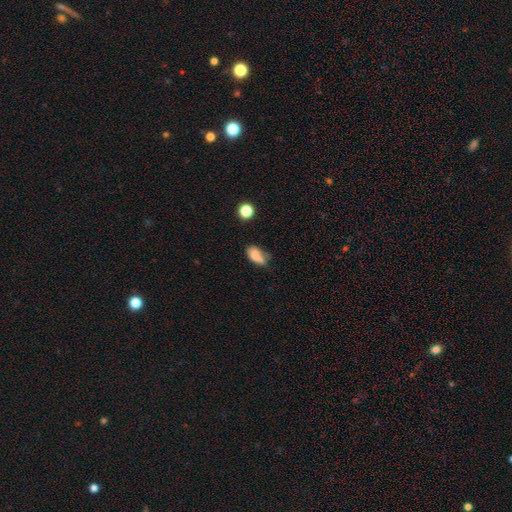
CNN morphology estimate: Smooth or featured?
  - smooth: 76% *
  - featured or disk: 14%
  - star or artifact: 11%
How rounded?
  - in between: 83% *
  - cigar-shaped: 11%
  - round: 6%
Merging?
  - none: 39% *
  - minor disturbance: 34%
  - major disturbance: 16%
  - merger: 11%